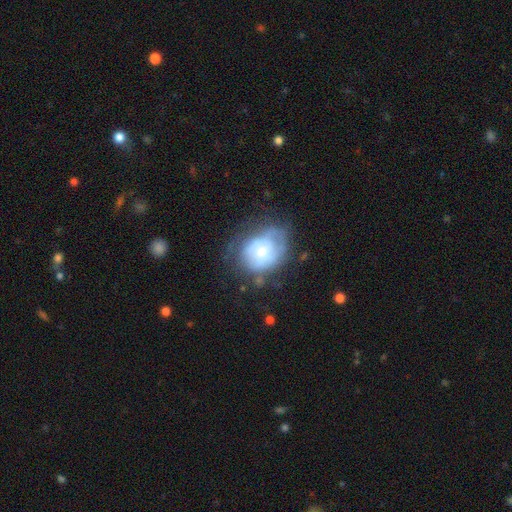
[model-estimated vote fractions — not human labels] Q: Smooth or featured?
A: featured or disk (62%); runner-up: smooth (31%)
Q: Edge-on disk?
A: no (97%); runner-up: yes (3%)
Q: Bar?
A: no (67%); runner-up: weak (29%)
Q: Spiral arms?
A: yes (64%); runner-up: no (36%)
Q: Bulge size?
A: small (46%); runner-up: moderate (42%)
Q: Merging?
A: none (46%); runner-up: minor disturbance (28%)